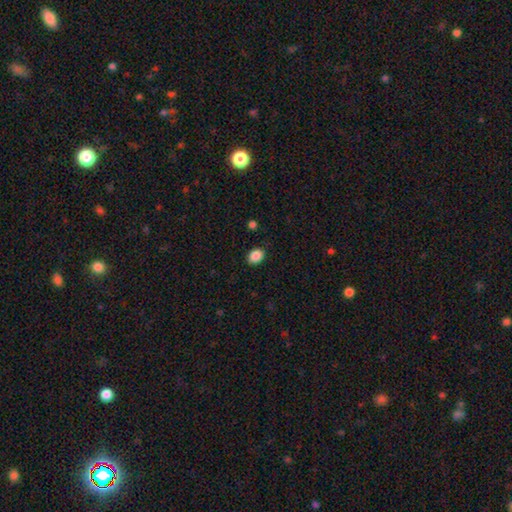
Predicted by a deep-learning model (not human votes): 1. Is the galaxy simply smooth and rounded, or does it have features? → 88% smooth, 9% star or artifact, 3% featured or disk.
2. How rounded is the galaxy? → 68% in between, 31% round, 1% cigar-shaped.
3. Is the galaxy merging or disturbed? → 88% none, 9% minor disturbance, 2% major disturbance, 1% merger.